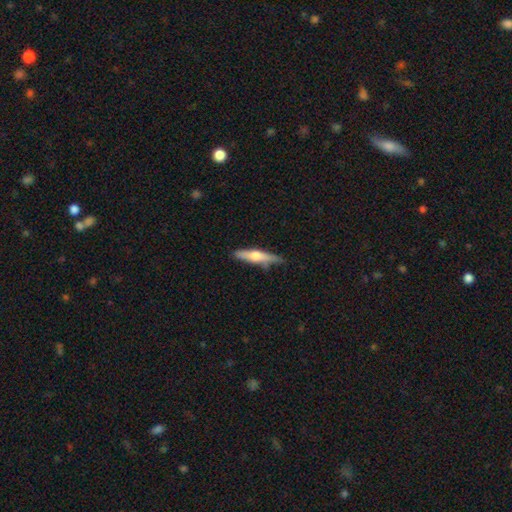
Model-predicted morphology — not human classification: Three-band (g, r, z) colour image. It shows a smooth galaxy with no disk features (51%) that is cigar-shaped (83%). Merging: none (75%).